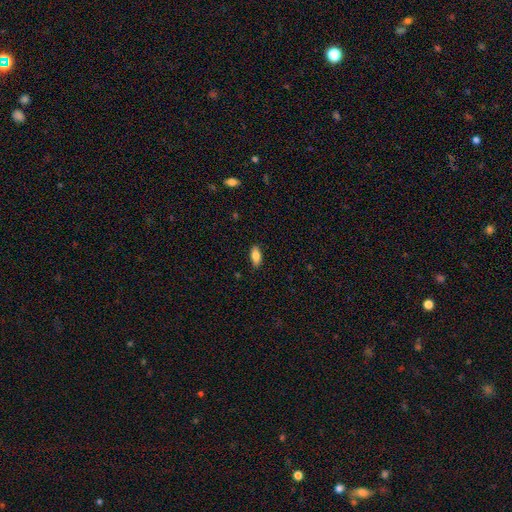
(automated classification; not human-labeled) Overall: smooth (80%). How rounded: in between (83%). Merging: none (86%).